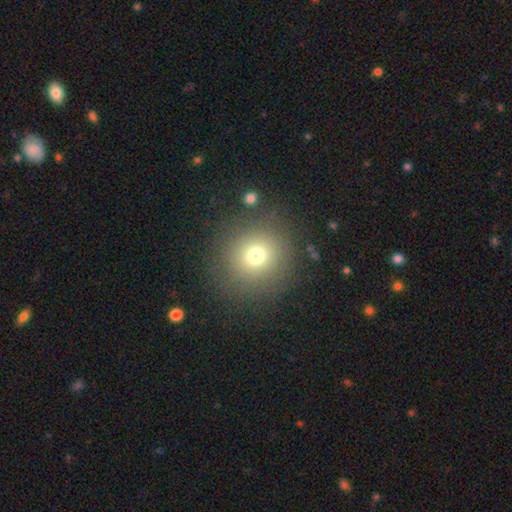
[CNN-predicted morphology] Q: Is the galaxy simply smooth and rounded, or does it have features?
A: smooth — 73%.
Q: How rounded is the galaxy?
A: round — 92%.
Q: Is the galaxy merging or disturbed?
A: none — 86%.